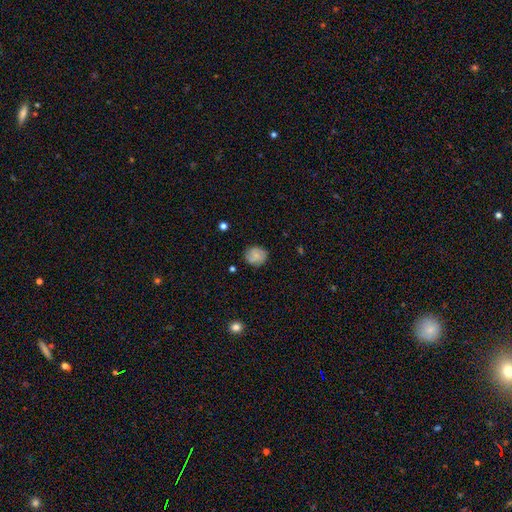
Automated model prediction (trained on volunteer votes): Smooth or featured: smooth — 58% (featured or disk — 33%)
How rounded: round — 71% (in between — 28%)
Merging: none — 78% (minor disturbance — 16%)